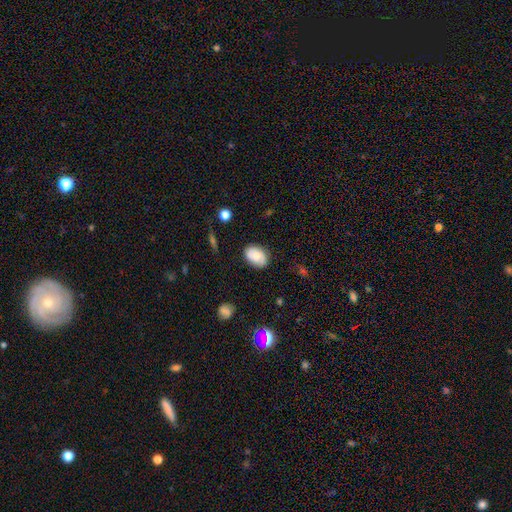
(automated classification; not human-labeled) smooth 72%, featured or disk 20%, star or artifact 8%. Down the decision tree: how rounded — in between (84%); merging — none (79%).